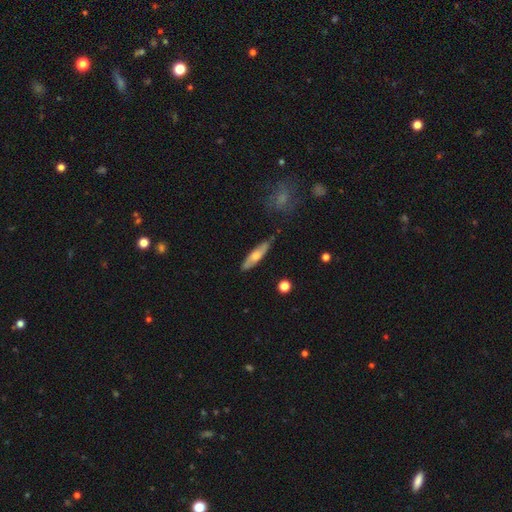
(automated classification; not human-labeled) Overall: smooth (55%; featured or disk 39%). How rounded: cigar-shaped (67%; in between 30%). Merging: none (83%).